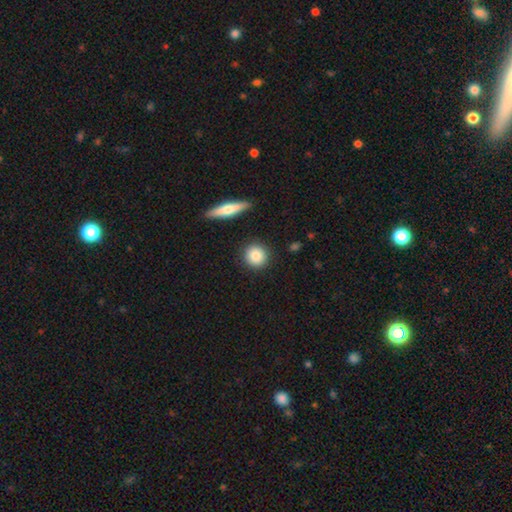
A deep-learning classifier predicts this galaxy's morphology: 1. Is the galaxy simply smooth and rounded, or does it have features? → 86% smooth, 7% featured or disk, 7% star or artifact.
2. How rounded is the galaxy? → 89% round, 9% in between, 2% cigar-shaped.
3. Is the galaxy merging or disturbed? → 89% none, 7% minor disturbance, 2% merger, 2% major disturbance.